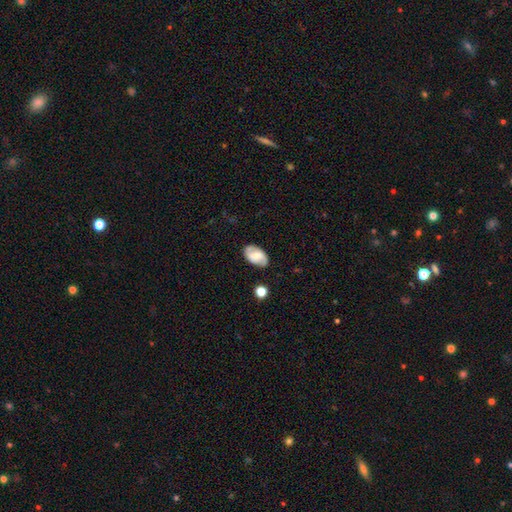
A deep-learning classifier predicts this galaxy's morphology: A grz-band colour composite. It shows a featured or disk galaxy (55%) with a weak bar (45%), spiral arms (82%) and a moderate central bulge (44%). Merging: none (80%).